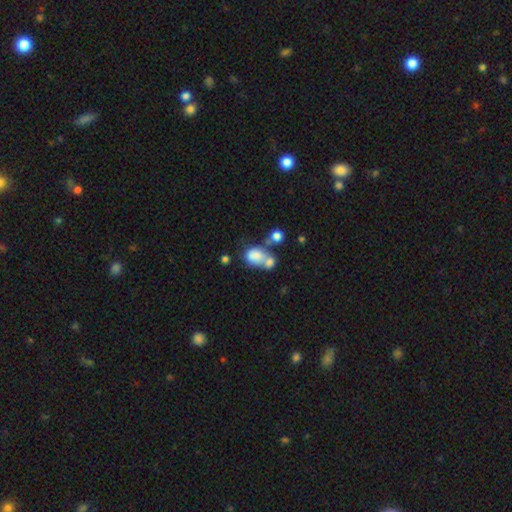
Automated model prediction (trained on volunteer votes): Smooth or featured?
  - smooth: 70% *
  - featured or disk: 19%
  - star or artifact: 10%
How rounded?
  - in between: 63% *
  - round: 36%
  - cigar-shaped: 1%
Merging?
  - merger: 60% *
  - none: 20%
  - minor disturbance: 10%
  - major disturbance: 9%